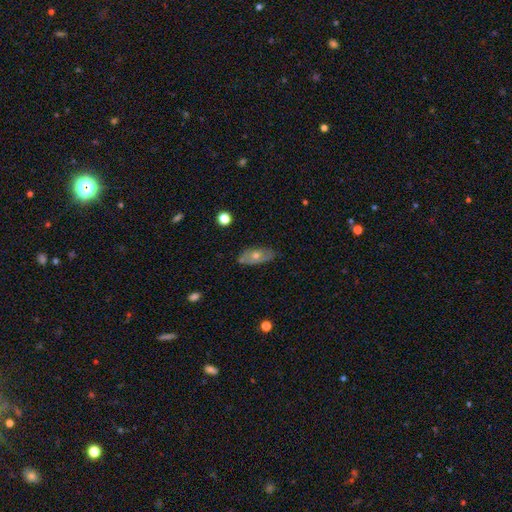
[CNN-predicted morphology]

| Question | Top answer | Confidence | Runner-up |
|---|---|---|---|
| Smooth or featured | featured or disk | 48% | smooth (43%) |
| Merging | none | 78% | minor disturbance (17%) |